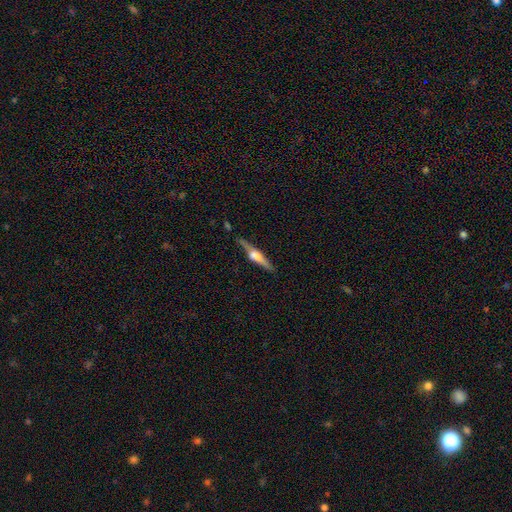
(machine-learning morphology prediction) The model was most divided on "smooth or featured": featured or disk: 72%, smooth: 22%, star or artifact: 6%. More confident: edge-on disk — yes (97%); edge-on bulge — rounded (82%); merging — none (81%).